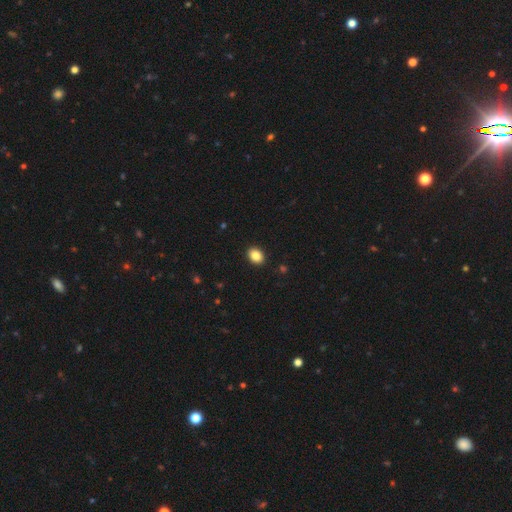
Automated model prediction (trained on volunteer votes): Q: Smooth or featured?
A: smooth (87%); runner-up: star or artifact (9%)
Q: How rounded?
A: in between (62%); runner-up: round (37%)
Q: Merging?
A: none (91%); runner-up: minor disturbance (6%)